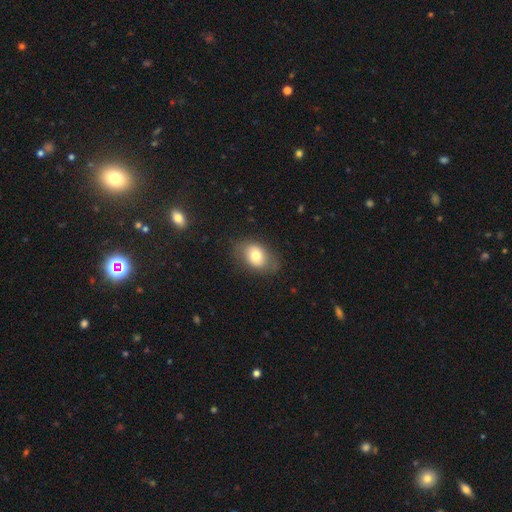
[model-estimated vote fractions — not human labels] Smooth or featured: smooth — 74% (featured or disk — 17%)
How rounded: in between — 79% (round — 20%)
Merging: none — 74% (minor disturbance — 19%)